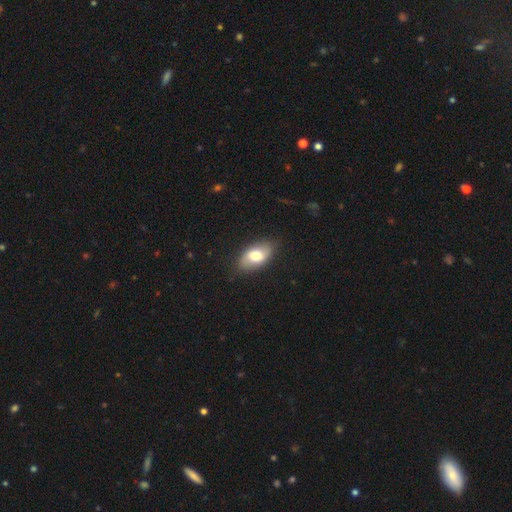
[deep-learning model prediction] Smooth or featured? smooth (71%)
How rounded? in between (93%)
Merging? none (82%)